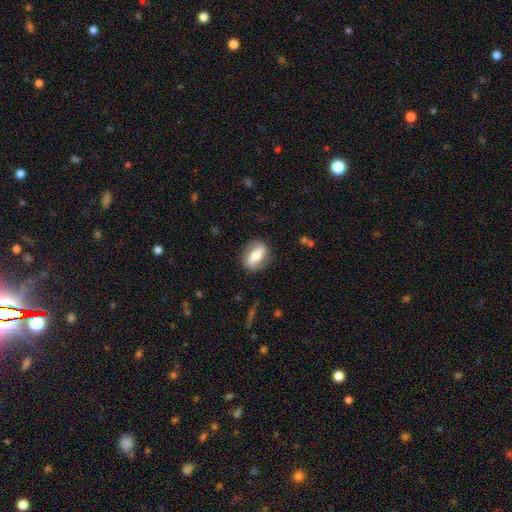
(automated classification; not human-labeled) Morphology: type=featured or disk (60%); edge-on=no (83%); merging=none (84%).